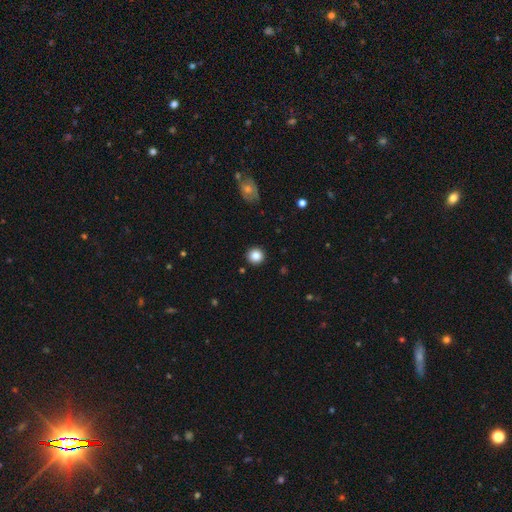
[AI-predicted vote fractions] This appears to be a smooth galaxy with no disk features (86%) that is round (94%). Merging: none (92%).